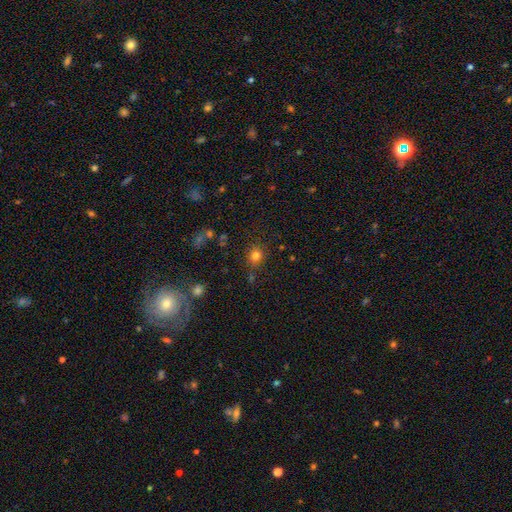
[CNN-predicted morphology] smooth 78%, star or artifact 15%, featured or disk 7%. Down the decision tree: how rounded — round (82%); merging — none (83%).